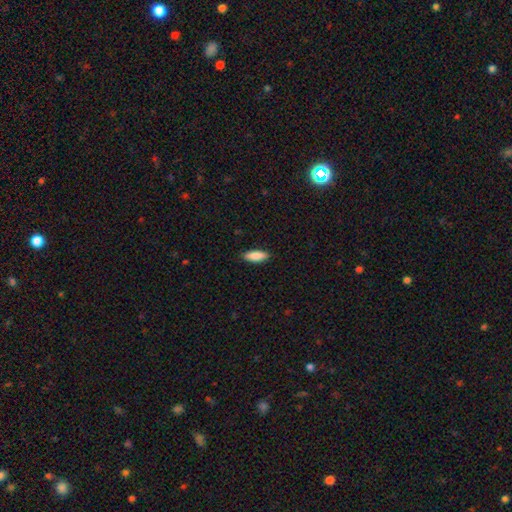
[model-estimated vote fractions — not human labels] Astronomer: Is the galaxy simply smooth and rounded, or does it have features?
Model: smooth — 88%.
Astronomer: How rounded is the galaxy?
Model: in between — 67%.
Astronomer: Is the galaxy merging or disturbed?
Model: none — 89%.